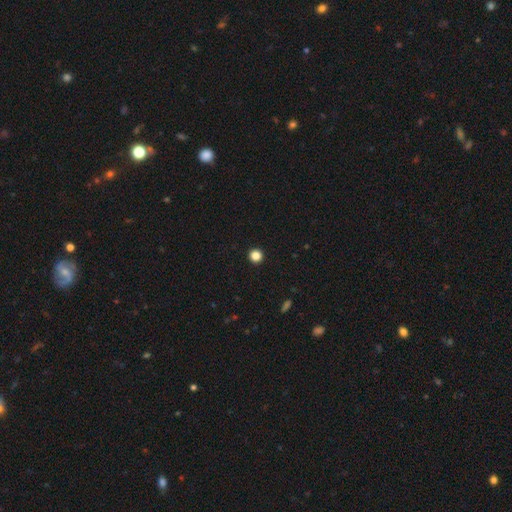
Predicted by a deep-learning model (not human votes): smooth_or_featured: smooth (p=0.85) [alt: star or artifact p=0.12]
how_rounded: round (p=0.96) [alt: in between p=0.03]
merging: none (p=0.95) [alt: minor disturbance p=0.03]